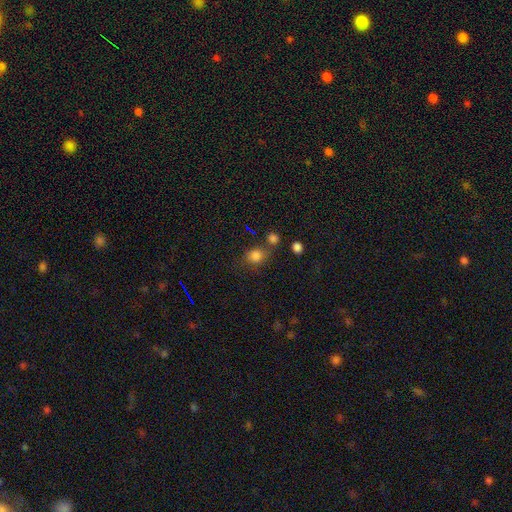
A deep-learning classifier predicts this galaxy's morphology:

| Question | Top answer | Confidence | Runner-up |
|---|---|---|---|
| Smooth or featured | smooth | 81% | star or artifact (13%) |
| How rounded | round | 72% | in between (27%) |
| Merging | none | 62% | merger (17%) |